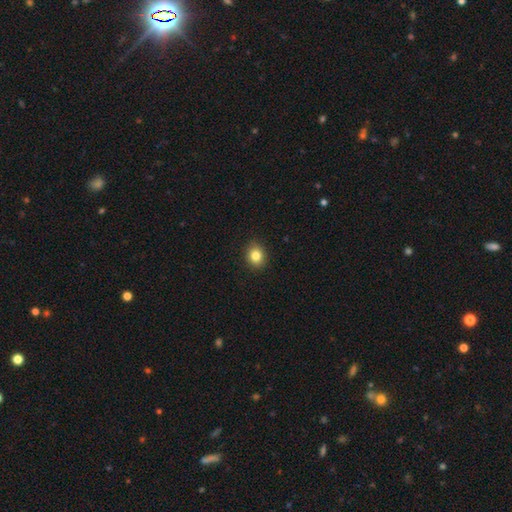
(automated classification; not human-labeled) A smooth galaxy with no disk features (83%) that is round (67%). Merging: none (89%).